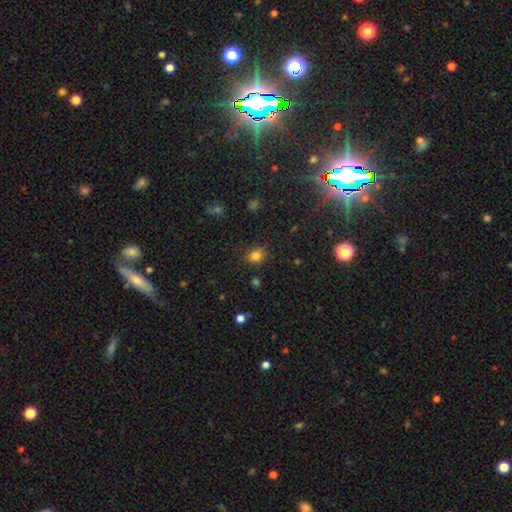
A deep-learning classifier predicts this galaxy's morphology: smooth_or_featured: smooth (p=0.81) [alt: star or artifact p=0.14]
how_rounded: round (p=0.65) [alt: in between p=0.34]
merging: none (p=0.84) [alt: minor disturbance p=0.11]